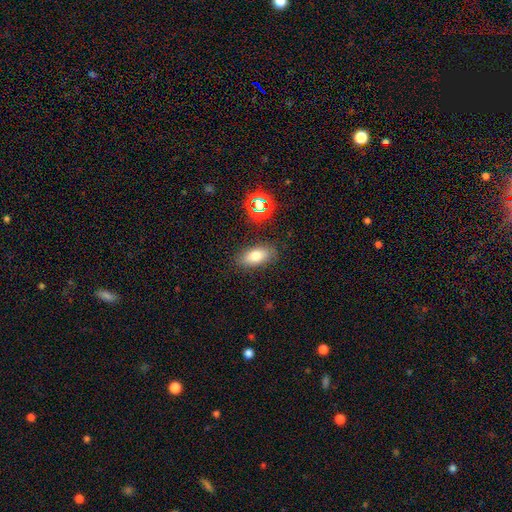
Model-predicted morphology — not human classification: smooth-or-featured: smooth: 75% | featured or disk: 13% | star or artifact: 11%
  how-rounded: in between: 86% | cigar-shaped: 8% | round: 6%
  merging: none: 85% | minor disturbance: 10% | major disturbance: 3% | merger: 2%